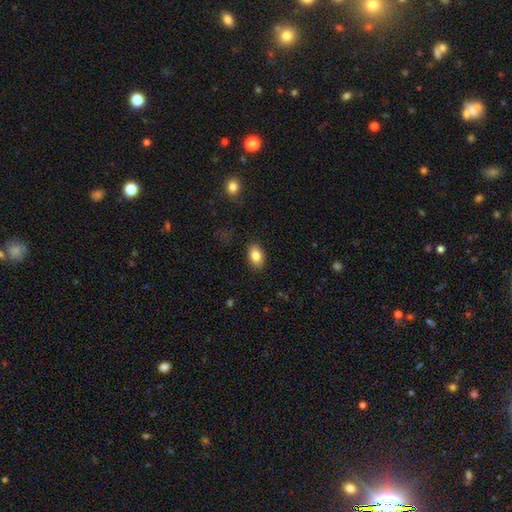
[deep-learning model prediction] The model was most divided on "smooth or featured": smooth: 84%, featured or disk: 9%, star or artifact: 8%. More confident: how rounded — in between (88%); merging — none (87%).